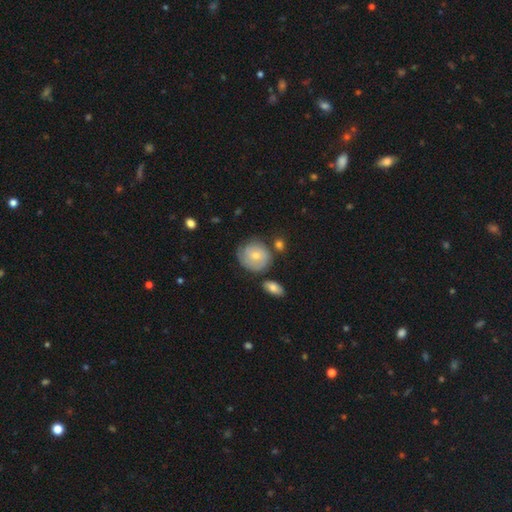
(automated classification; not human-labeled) smooth_or_featured: featured or disk (p=0.47) [alt: smooth p=0.46]
merging: none (p=0.61) [alt: minor disturbance p=0.24]